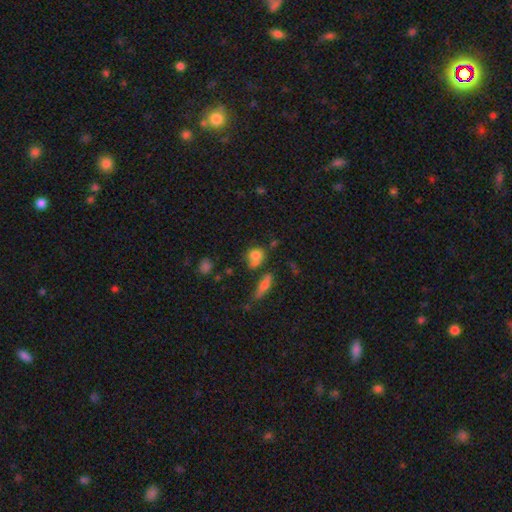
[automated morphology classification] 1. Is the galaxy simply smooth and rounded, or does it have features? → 75% smooth, 13% featured or disk, 12% star or artifact.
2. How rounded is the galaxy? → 70% round, 27% in between, 3% cigar-shaped.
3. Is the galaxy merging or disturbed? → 51% none, 28% merger, 15% minor disturbance, 6% major disturbance.